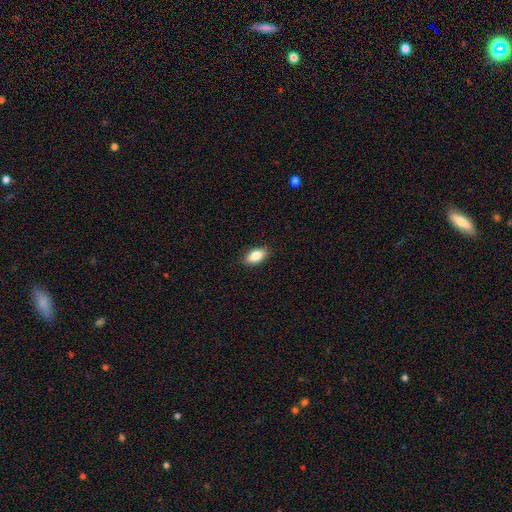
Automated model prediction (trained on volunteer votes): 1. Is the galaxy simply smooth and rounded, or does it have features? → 84% smooth, 9% featured or disk, 7% star or artifact.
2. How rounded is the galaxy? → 90% in between, 5% round, 5% cigar-shaped.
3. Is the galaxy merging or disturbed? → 88% none, 9% minor disturbance, 2% major disturbance, 1% merger.